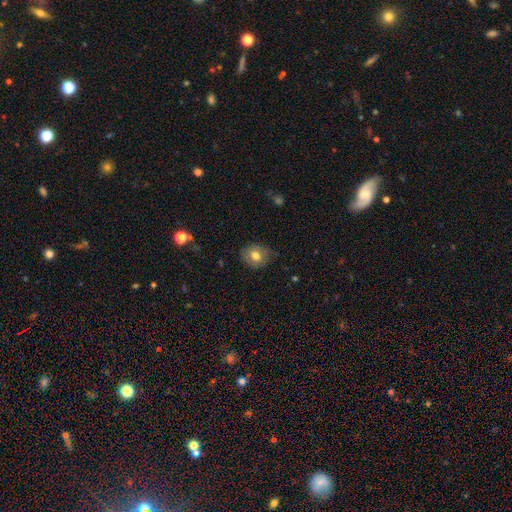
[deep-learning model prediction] A smooth galaxy with no disk features (72%) that is round (65%).

Vote fractions:
- Smooth or featured? smooth: 72% / featured or disk: 18% / star or artifact: 10%
- How rounded? round: 65% / in between: 34% / cigar-shaped: 1%
- Merging? none: 78% / minor disturbance: 17% / major disturbance: 4% / merger: 1%